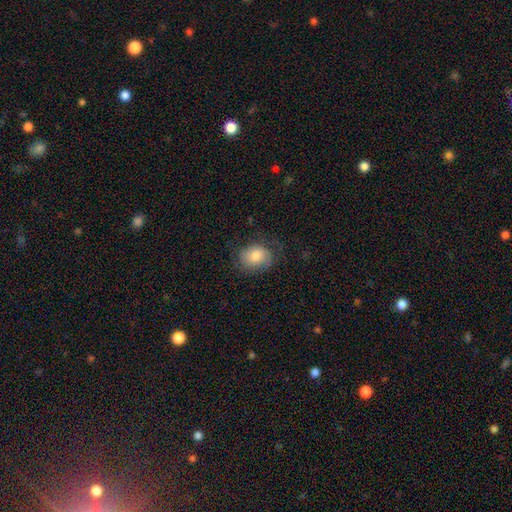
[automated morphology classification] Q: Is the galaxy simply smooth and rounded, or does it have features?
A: smooth — 75%.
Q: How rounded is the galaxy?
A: round — 50%.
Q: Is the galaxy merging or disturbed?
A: none — 65%.